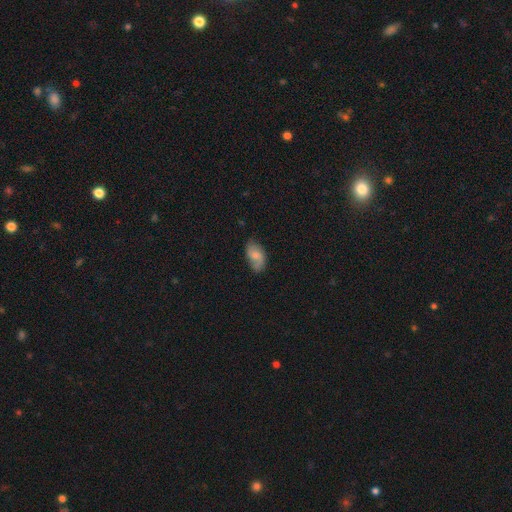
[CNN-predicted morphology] This appears to be a smooth galaxy with no disk features (59%) that is in between round and cigar-shaped (93%). Merging: none (68%).